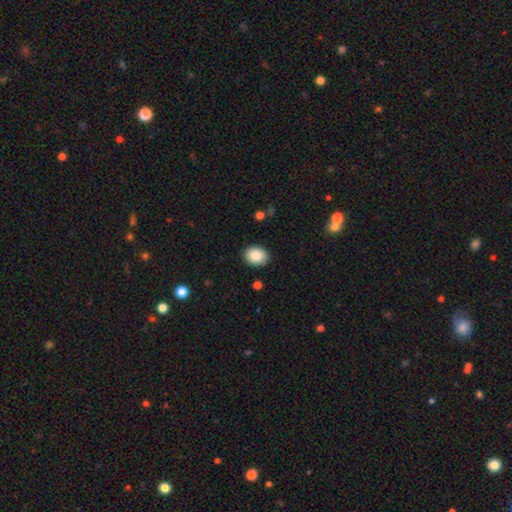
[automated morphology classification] Smooth or featured?
  - smooth: 85% *
  - star or artifact: 8%
  - featured or disk: 7%
How rounded?
  - in between: 51% *
  - round: 48%
  - cigar-shaped: 1%
Merging?
  - none: 90% *
  - minor disturbance: 7%
  - major disturbance: 2%
  - merger: 1%